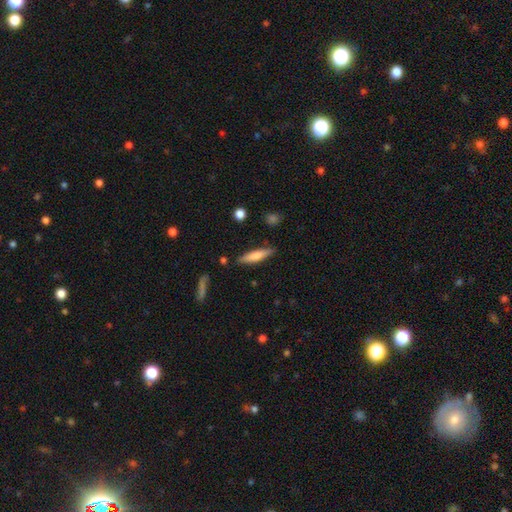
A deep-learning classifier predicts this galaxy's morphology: type=smooth (70%); roundness=cigar-shaped (80%); merging=none (84%).